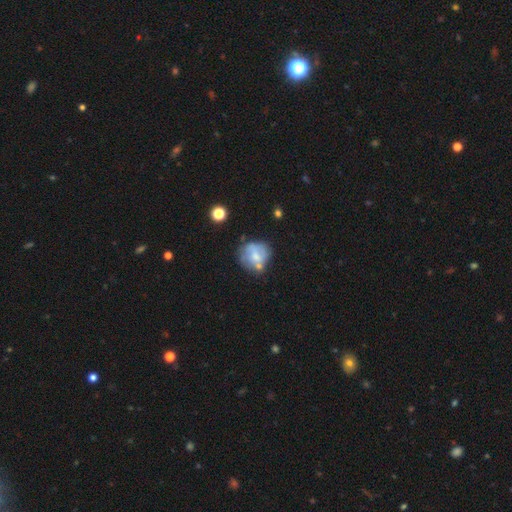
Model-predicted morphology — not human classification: smooth-or-featured: smooth: 49% | featured or disk: 42% | star or artifact: 9%
  merging: none: 47% | minor disturbance: 24% | merger: 16% | major disturbance: 13%